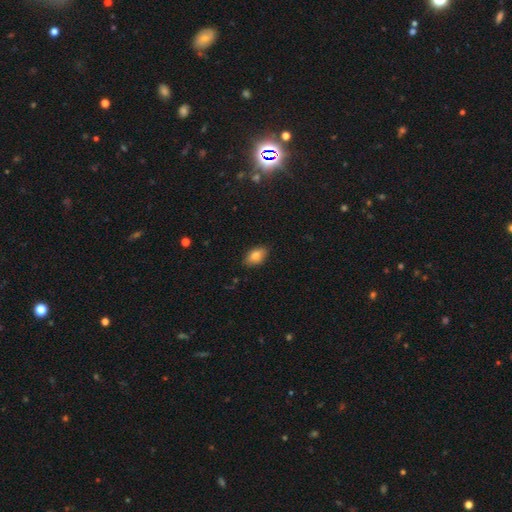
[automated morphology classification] This is clearly a smooth galaxy (81%). How rounded: clearly in between (90%). Merging: clearly none (84%).